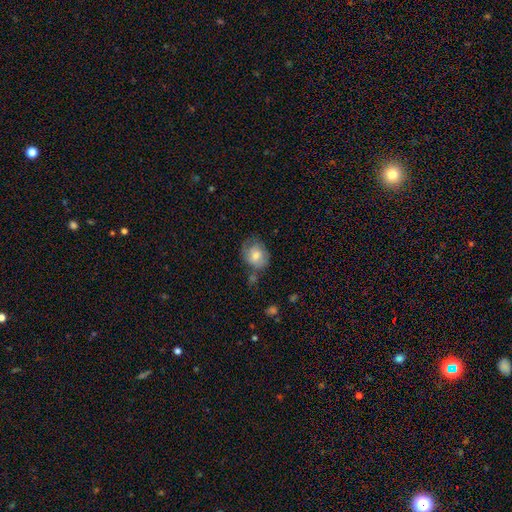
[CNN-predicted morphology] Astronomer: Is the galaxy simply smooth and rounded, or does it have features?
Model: smooth — 67%.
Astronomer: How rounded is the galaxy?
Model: round — 50% (runner-up: in between, 49%).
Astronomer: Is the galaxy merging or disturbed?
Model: none — 48% (runner-up: minor disturbance, 29%).